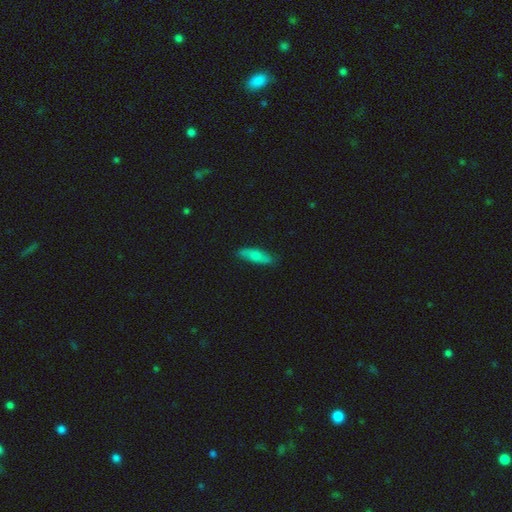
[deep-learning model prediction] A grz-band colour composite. It shows a smooth galaxy with no disk features (69%) that is cigar-shaped (49%). Merging: none (84%).